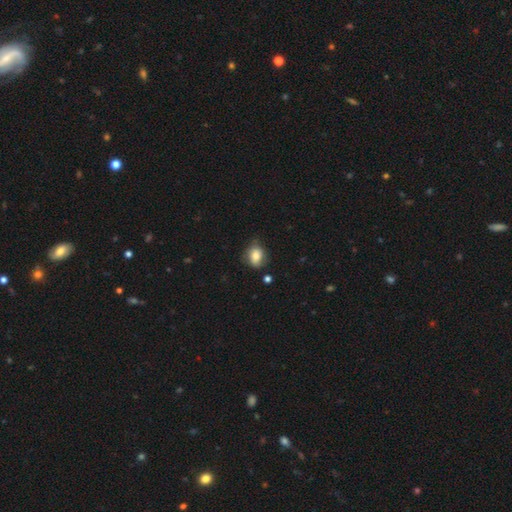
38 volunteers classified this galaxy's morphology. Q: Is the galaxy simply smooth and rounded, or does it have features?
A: smooth — 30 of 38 (79%).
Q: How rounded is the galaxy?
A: round — 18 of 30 (60%).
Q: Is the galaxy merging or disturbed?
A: none — 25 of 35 (71%).